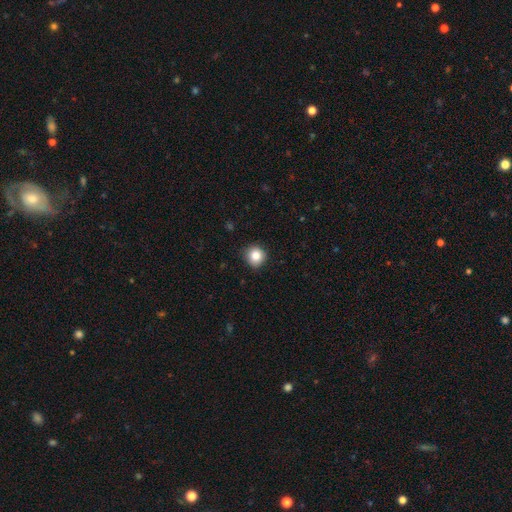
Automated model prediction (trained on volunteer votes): smooth-or-featured: smooth: 83% | star or artifact: 10% | featured or disk: 7%
  how-rounded: round: 92% | in between: 7% | cigar-shaped: 1%
  merging: none: 88% | minor disturbance: 9% | major disturbance: 2% | merger: 1%